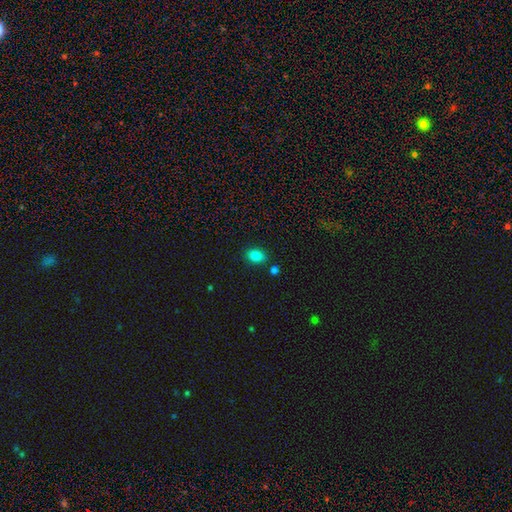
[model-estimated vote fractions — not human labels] This is clearly a smooth galaxy (85%). How rounded: likely in between (78%). Merging: clearly none (82%).